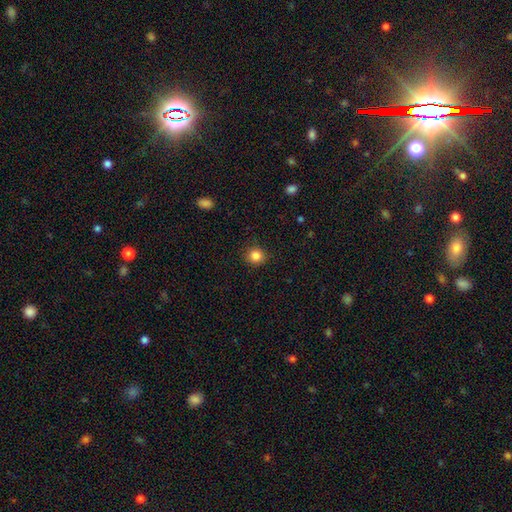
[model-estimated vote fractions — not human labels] Smooth or featured? Predicted: smooth (p=0.85). How rounded? Predicted: round (p=0.91). Merging? Predicted: none (p=0.90).